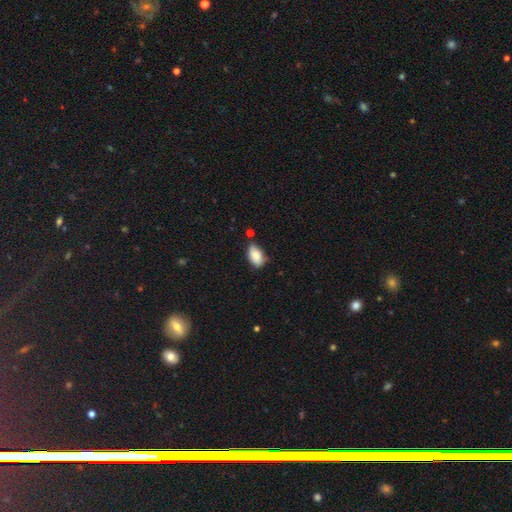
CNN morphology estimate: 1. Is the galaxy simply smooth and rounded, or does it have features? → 83% smooth, 10% featured or disk, 7% star or artifact.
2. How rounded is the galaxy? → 92% in between, 5% round, 3% cigar-shaped.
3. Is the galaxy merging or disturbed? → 61% none, 27% minor disturbance, 6% merger, 5% major disturbance.